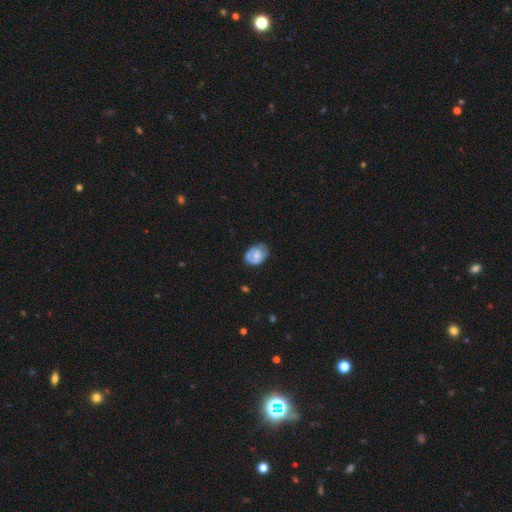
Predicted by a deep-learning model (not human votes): This appears to be a smooth galaxy with no disk features (59%) that is in between round and cigar-shaped (68%). Merging: none (55%).